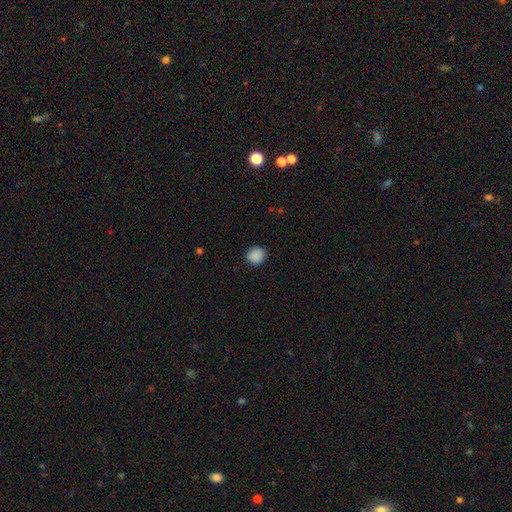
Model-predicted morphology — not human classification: The model was most divided on "how rounded": round: 83%, in between: 16%, cigar-shaped: 1%. More confident: smooth or featured — smooth (89%); merging — none (87%).